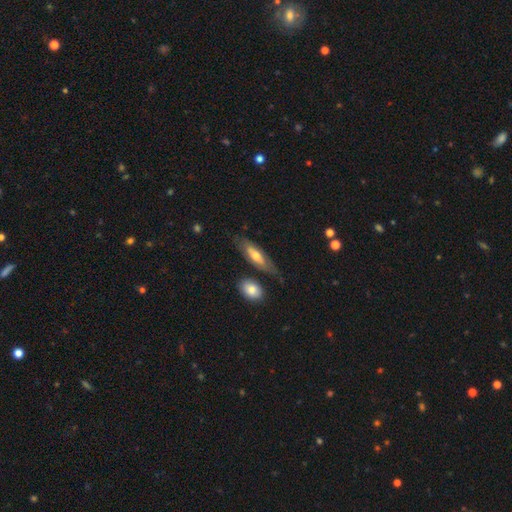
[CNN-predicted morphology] This is possibly a smooth galaxy (52%). How rounded: possibly in between (53%). Merging: likely none (68%).